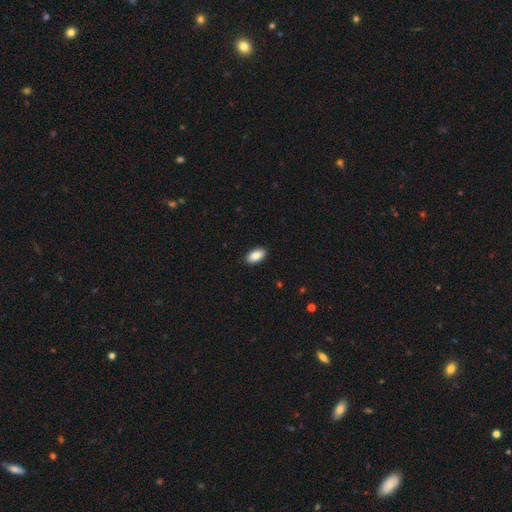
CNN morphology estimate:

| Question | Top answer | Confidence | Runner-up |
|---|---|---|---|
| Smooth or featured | smooth | 88% | star or artifact (7%) |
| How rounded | in between | 94% | round (3%) |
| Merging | none | 91% | minor disturbance (7%) |